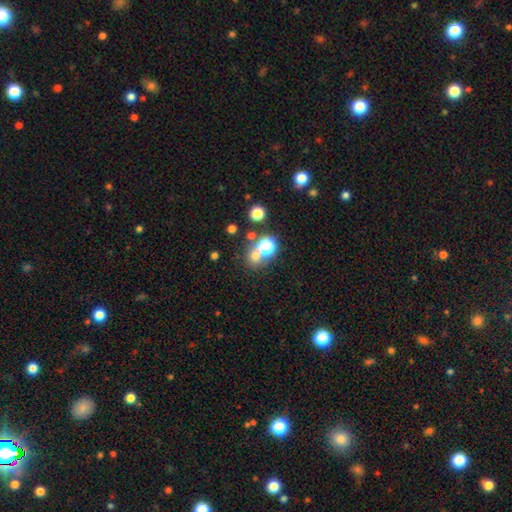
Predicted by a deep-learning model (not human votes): This is possibly a smooth galaxy (56%). How rounded: clearly round (81%). Merging: possibly none (54%).